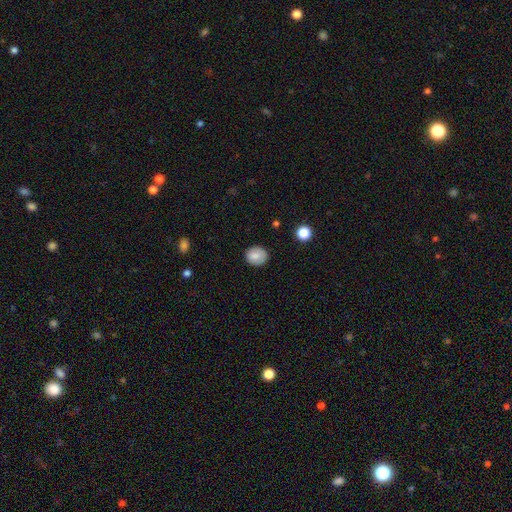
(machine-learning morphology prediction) The model was most divided on "how rounded": round: 73%, in between: 26%, cigar-shaped: 1%. More confident: merging — none (86%); smooth or featured — smooth (81%).